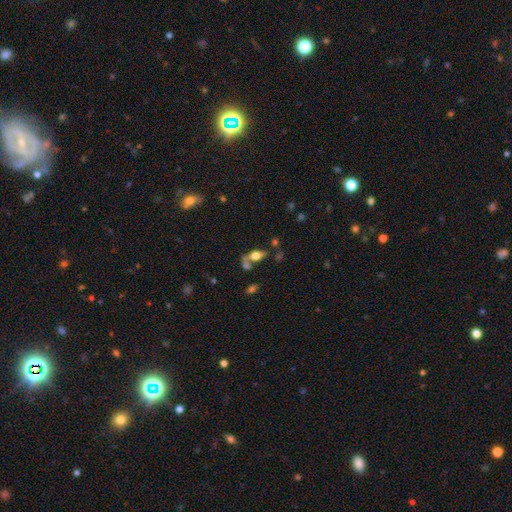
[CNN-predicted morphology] Smooth or featured?
  - smooth: 57% *
  - featured or disk: 31%
  - star or artifact: 12%
How rounded?
  - in between: 78% *
  - cigar-shaped: 13%
  - round: 9%
Merging?
  - none: 50% *
  - merger: 28%
  - minor disturbance: 14%
  - major disturbance: 8%